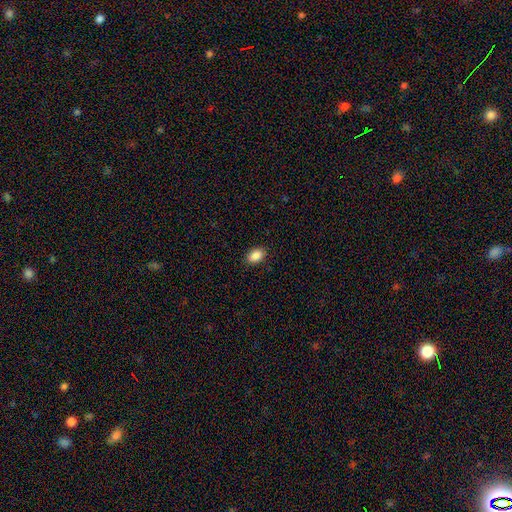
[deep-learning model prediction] A smooth galaxy with no disk features (89%) that is in between round and cigar-shaped (86%).

Vote fractions:
- Smooth or featured? smooth: 89% / star or artifact: 8% / featured or disk: 3%
- How rounded? in between: 86% / round: 12% / cigar-shaped: 1%
- Merging? none: 89% / minor disturbance: 8% / major disturbance: 2% / merger: 1%